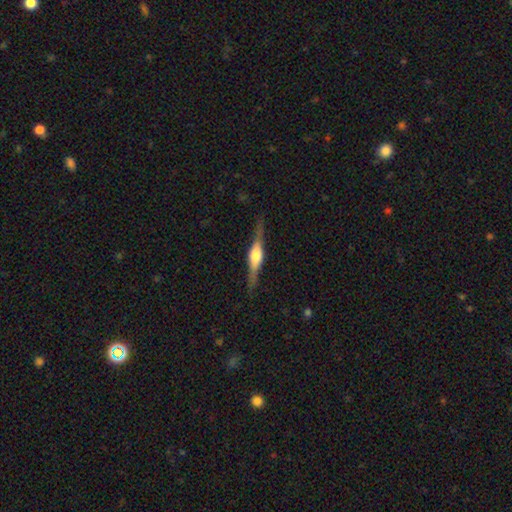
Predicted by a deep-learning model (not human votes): smooth-or-featured: featured or disk: 76% | smooth: 19% | star or artifact: 5%
  disk-edge-on: yes: 97% | no: 3%
    edge-on-bulge: rounded: 84% | boxy: 14% | none: 2%
  merging: none: 84% | minor disturbance: 11% | major disturbance: 3% | merger: 1%